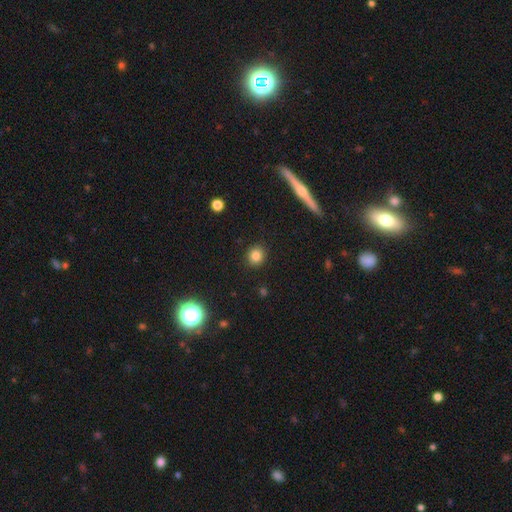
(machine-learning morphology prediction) type=smooth (83%); roundness=round (82%); merging=none (90%).